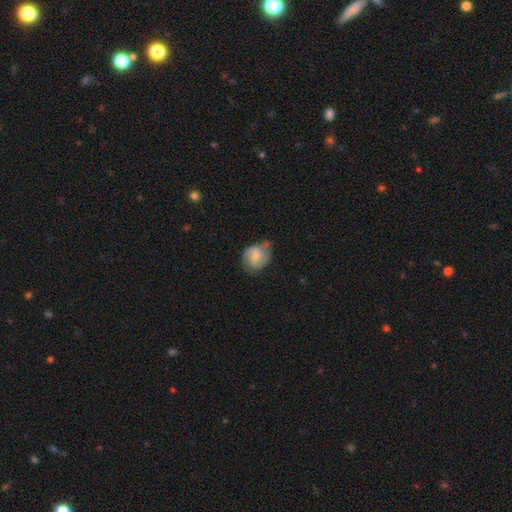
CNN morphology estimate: Smooth or featured: featured or disk — 50% (smooth — 43%)
Merging: none — 57% (minor disturbance — 31%)